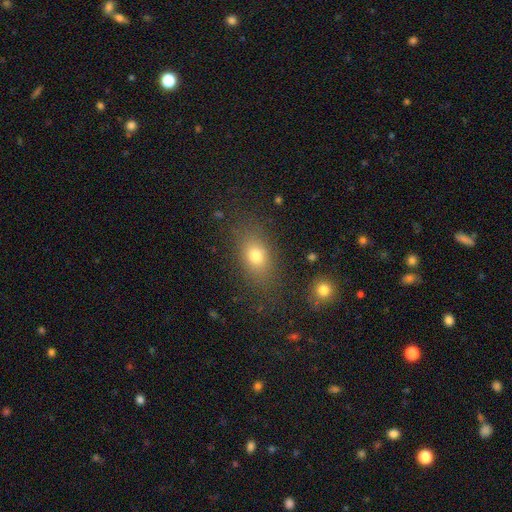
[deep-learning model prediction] smooth 73%, star or artifact 14%, featured or disk 13%. Down the decision tree: how rounded — in between (73%); merging — none (80%).